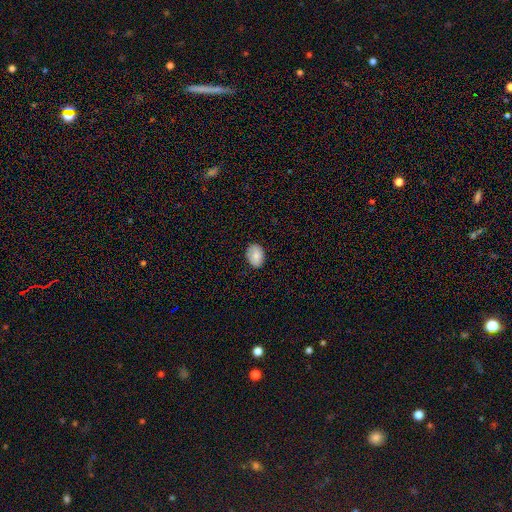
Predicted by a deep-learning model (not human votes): This is clearly a smooth galaxy (83%). How rounded: likely in between (77%). Merging: clearly none (85%).